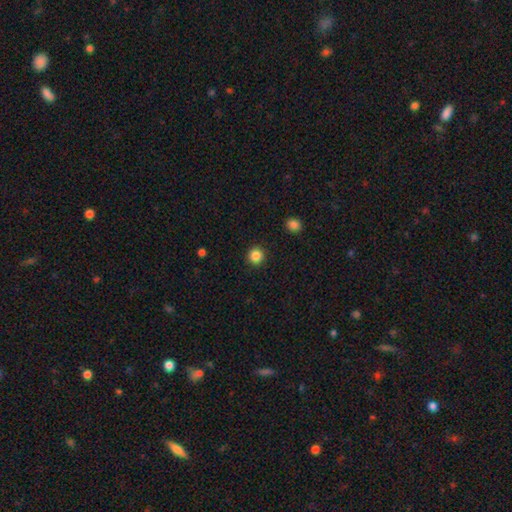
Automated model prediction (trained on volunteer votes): Smooth or featured: smooth — 85% (star or artifact — 11%)
How rounded: round — 95% (in between — 4%)
Merging: none — 92% (minor disturbance — 5%)